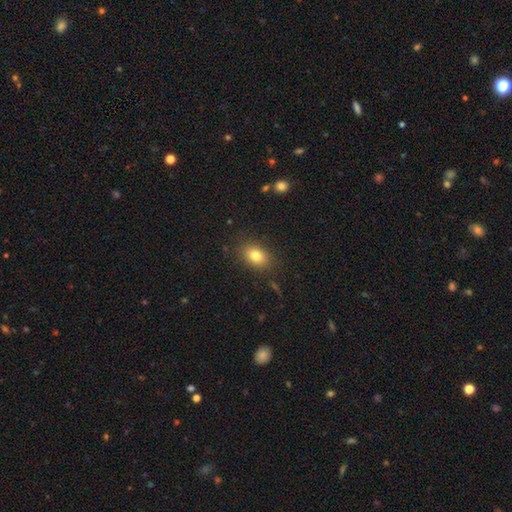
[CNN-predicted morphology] The model was most divided on "how rounded": in between: 81%, round: 17%, cigar-shaped: 2%. More confident: merging — none (85%); smooth or featured — smooth (81%).